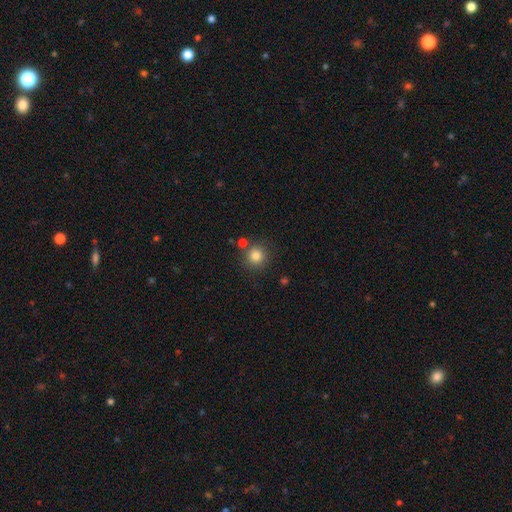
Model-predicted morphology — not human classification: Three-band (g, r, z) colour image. It shows a smooth galaxy with no disk features (83%) that is round (93%). Merging: none (79%).